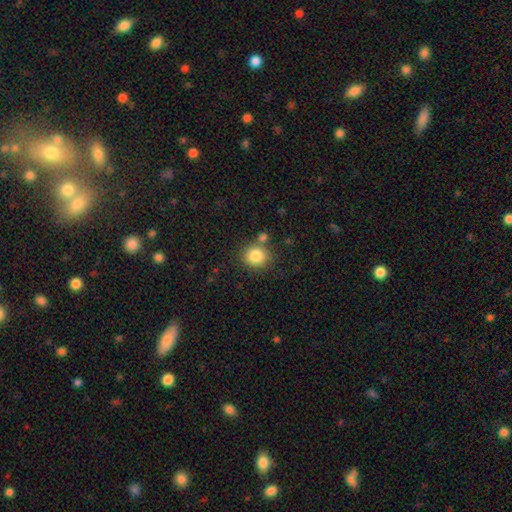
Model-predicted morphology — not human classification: type=smooth (84%); roundness=round (84%); merging=none (73%).